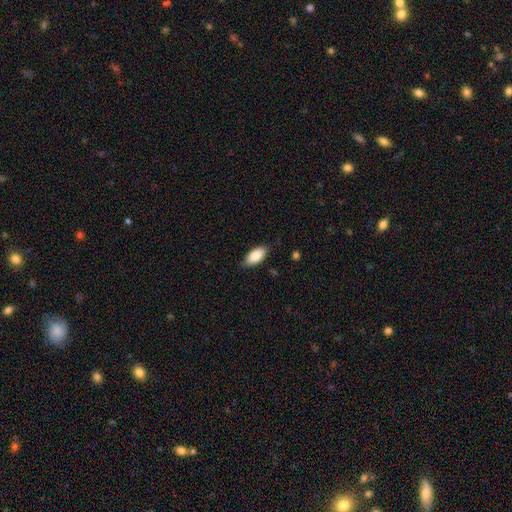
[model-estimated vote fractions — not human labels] Smooth or featured?
  - smooth: 87% *
  - featured or disk: 7%
  - star or artifact: 6%
How rounded?
  - in between: 90% *
  - cigar-shaped: 8%
  - round: 2%
Merging?
  - none: 80% *
  - minor disturbance: 17%
  - major disturbance: 3%
  - merger: 1%